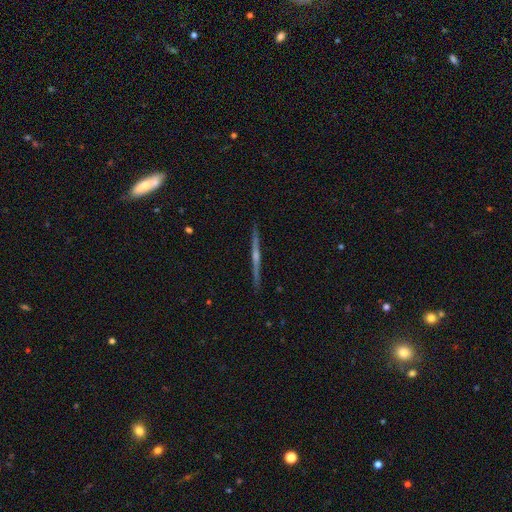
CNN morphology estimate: smooth_or_featured: featured or disk (p=0.82) [alt: smooth p=0.13]
disk_edge_on: yes (p=0.99) [alt: no p=0.01]
edge_on_bulge: rounded (p=0.75) [alt: none p=0.18]
merging: none (p=0.92) [alt: minor disturbance p=0.05]